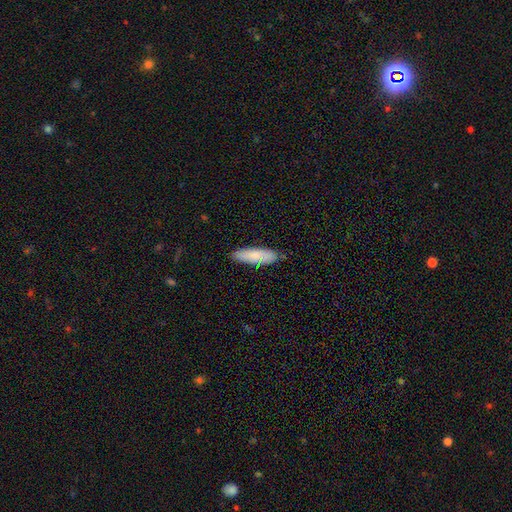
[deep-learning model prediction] A smooth galaxy with no disk features (82%) that is cigar-shaped (53%).

Vote fractions:
- Smooth or featured? smooth: 82% / featured or disk: 12% / star or artifact: 6%
- How rounded? cigar-shaped: 53% / in between: 45% / round: 2%
- Merging? none: 84% / minor disturbance: 12% / major disturbance: 2% / merger: 2%